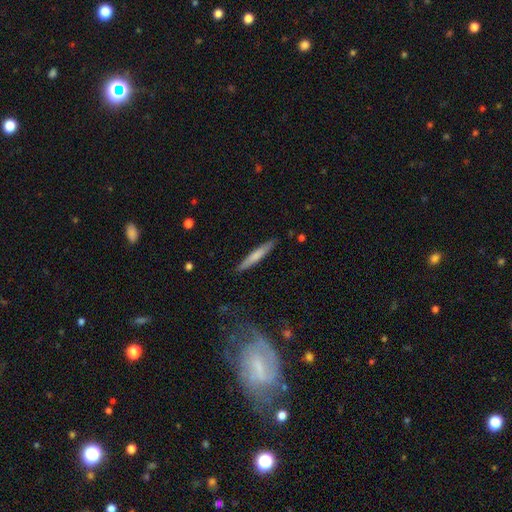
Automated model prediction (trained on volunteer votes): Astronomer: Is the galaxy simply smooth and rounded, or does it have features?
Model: smooth — 67%.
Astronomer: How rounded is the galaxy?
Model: cigar-shaped — 94%.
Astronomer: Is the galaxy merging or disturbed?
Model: none — 89%.